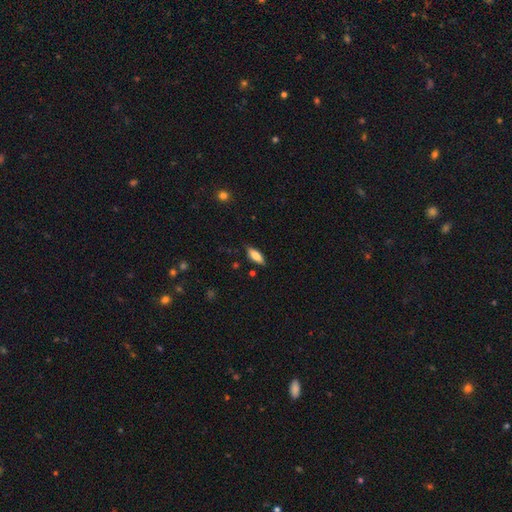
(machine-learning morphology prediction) Smooth or featured? smooth (75%)
How rounded? in between (67%)
Merging? none (83%)